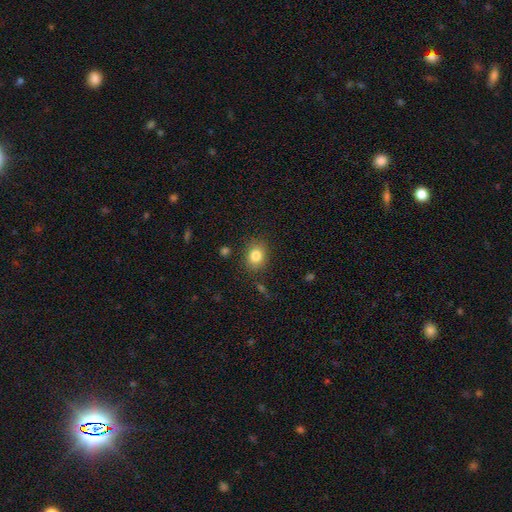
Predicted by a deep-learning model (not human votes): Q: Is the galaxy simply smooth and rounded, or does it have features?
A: smooth — 82%.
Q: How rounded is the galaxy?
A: round — 54%.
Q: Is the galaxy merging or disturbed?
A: none — 85%.